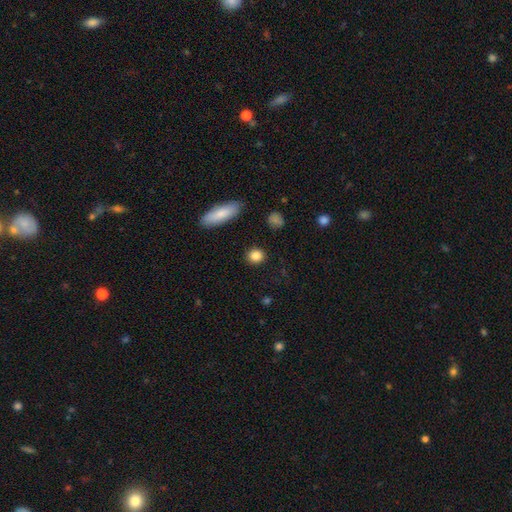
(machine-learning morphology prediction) Q: Smooth or featured?
A: smooth (86%); runner-up: star or artifact (9%)
Q: How rounded?
A: round (78%); runner-up: in between (20%)
Q: Merging?
A: none (90%); runner-up: minor disturbance (6%)